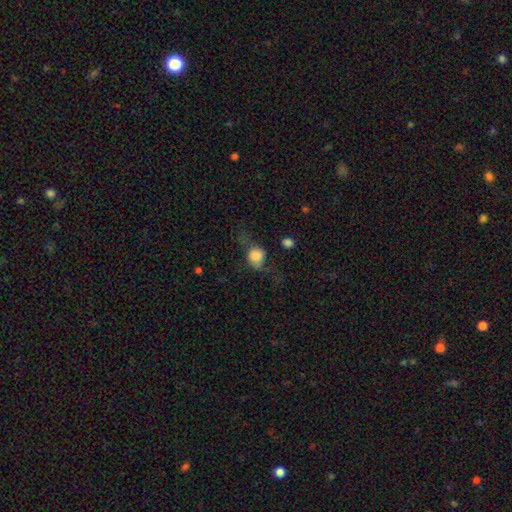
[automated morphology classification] Smooth or featured? Predicted: smooth (p=0.71). How rounded? Predicted: round (p=0.64). Merging? Predicted: none (p=0.44).